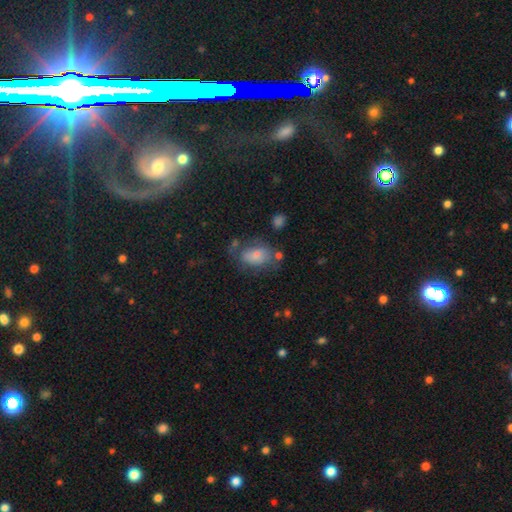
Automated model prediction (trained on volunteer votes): This appears to be a smooth galaxy with no disk features (71%) that is in between round and cigar-shaped (84%). Merging: none (48%).